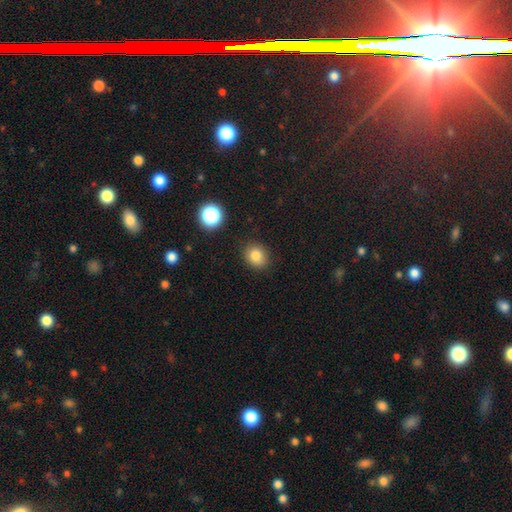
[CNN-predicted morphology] smooth 81%, star or artifact 13%, featured or disk 6%. Down the decision tree: how rounded — round (68%); merging — none (88%).